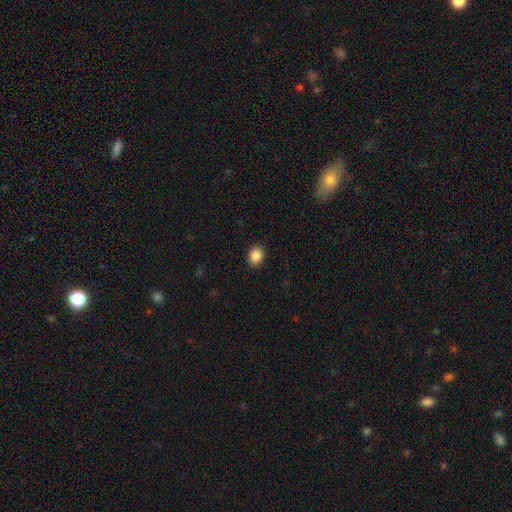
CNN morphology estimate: This is clearly a smooth galaxy (88%). How rounded: possibly in between (59%). Merging: clearly none (90%).